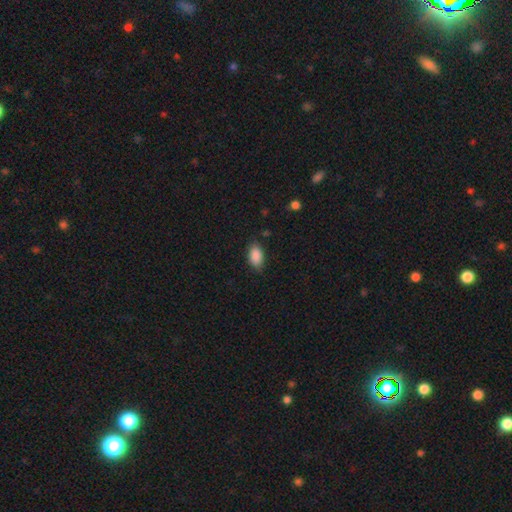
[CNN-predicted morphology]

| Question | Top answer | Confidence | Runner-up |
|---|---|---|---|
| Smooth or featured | smooth | 89% | star or artifact (7%) |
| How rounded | in between | 92% | round (5%) |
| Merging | none | 80% | minor disturbance (16%) |